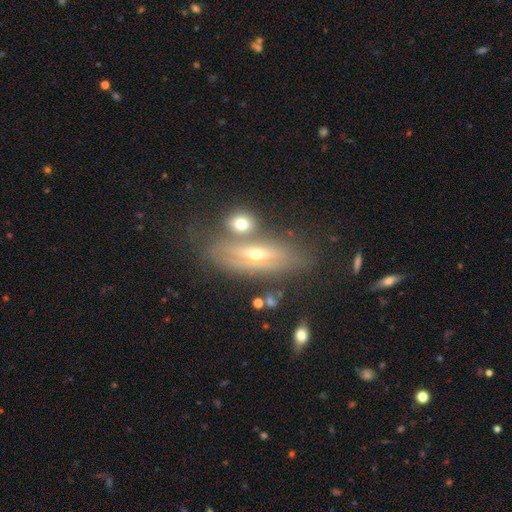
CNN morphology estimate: The model was most divided on "edge-on disk": yes: 59%, no: 41%. More confident: smooth or featured — featured or disk (64%); merging — none (64%).